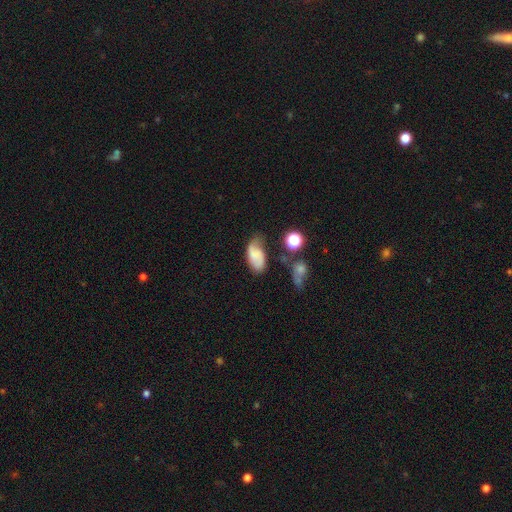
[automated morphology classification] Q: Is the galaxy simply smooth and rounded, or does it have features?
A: smooth — 56%.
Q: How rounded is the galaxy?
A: in between — 91%.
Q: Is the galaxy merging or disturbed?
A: none — 47%.